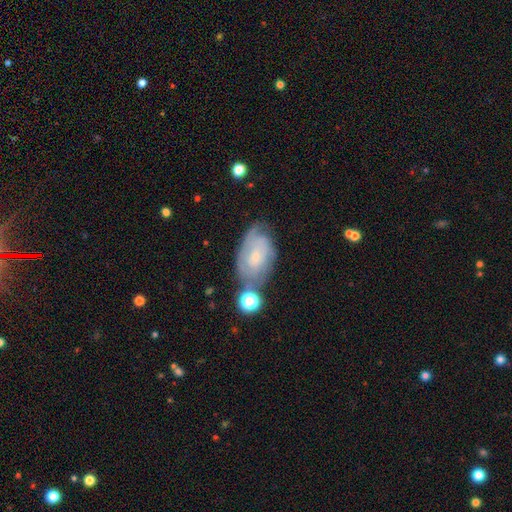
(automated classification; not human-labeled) Overall: featured or disk (70%). Edge-on disk: no (95%). Bar: no (65%; weak 30%). Spiral arms: yes (87%). Spiral arm count: can't tell (44%; 2 34%). Spiral winding: tight (60%; medium 30%). Bulge size: small (67%). Merging: none (51%; minor disturbance 25%).